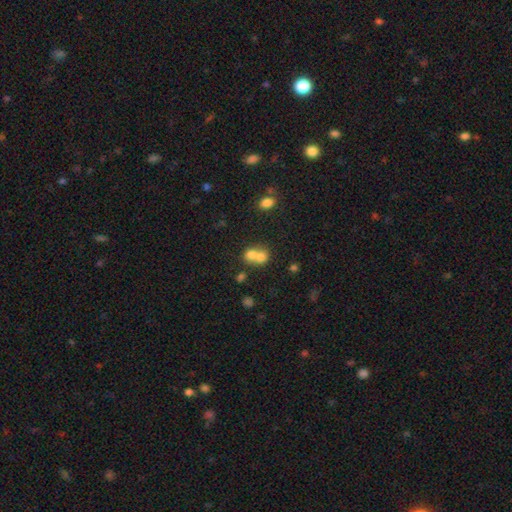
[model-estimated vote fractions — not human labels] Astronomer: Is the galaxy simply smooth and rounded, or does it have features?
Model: smooth — 71%.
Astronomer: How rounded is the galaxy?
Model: round — 64%.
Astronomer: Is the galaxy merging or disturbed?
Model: merger — 70%.